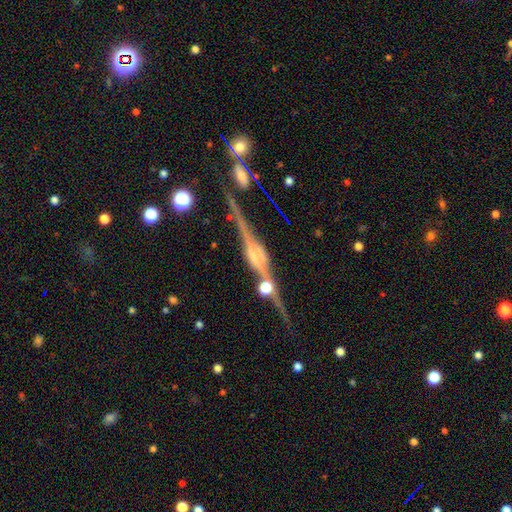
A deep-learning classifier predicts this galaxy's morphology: This is clearly a featured or disk galaxy (86%). It is clearly viewed edge-on (96%). Edge-on bulge: likely rounded (70%). Merging: likely none (71%).